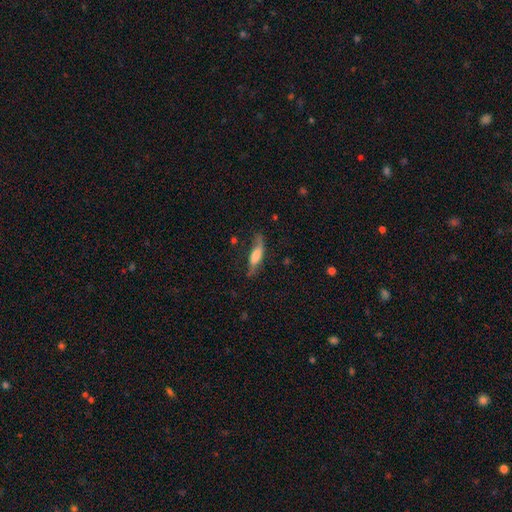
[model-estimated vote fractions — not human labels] Morphology: type=smooth (55%); roundness=cigar-shaped (61%); merging=none (61%).